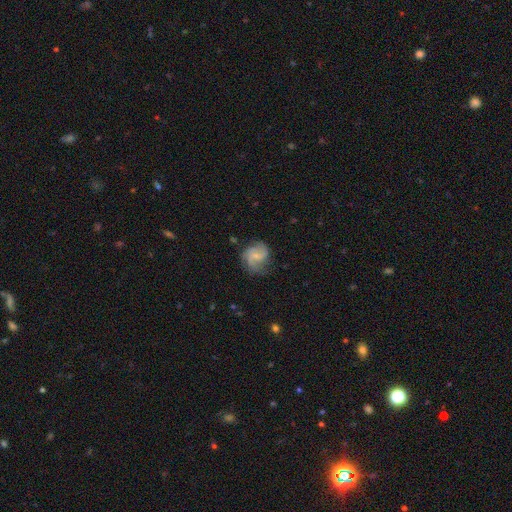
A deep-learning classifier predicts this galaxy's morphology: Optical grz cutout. It shows a featured or disk galaxy (67%) with a weak bar (48%), 2 (60%) medium (46%) spiral arms (92%) and a small central bulge (60%). Merging: none (61%).